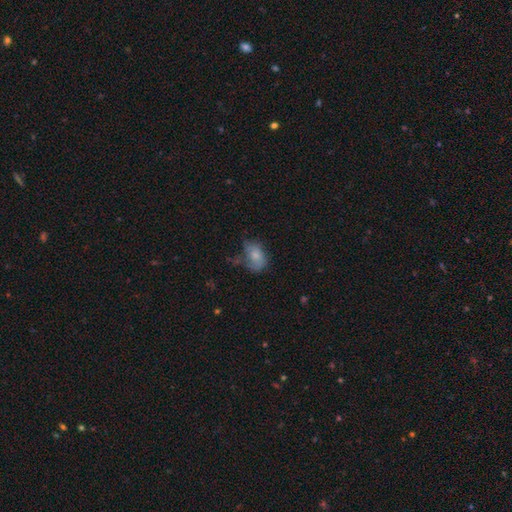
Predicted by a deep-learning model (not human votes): Q: Smooth or featured?
A: smooth (67%); runner-up: featured or disk (24%)
Q: How rounded?
A: in between (80%); runner-up: round (19%)
Q: Merging?
A: none (37%); runner-up: minor disturbance (33%)